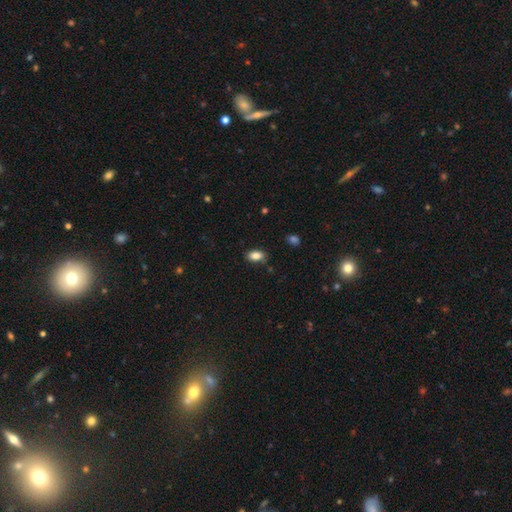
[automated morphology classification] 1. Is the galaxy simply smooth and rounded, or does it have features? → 86% smooth, 9% star or artifact, 6% featured or disk.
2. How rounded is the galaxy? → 90% in between, 7% round, 3% cigar-shaped.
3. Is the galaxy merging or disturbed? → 84% none, 12% minor disturbance, 3% major disturbance, 2% merger.